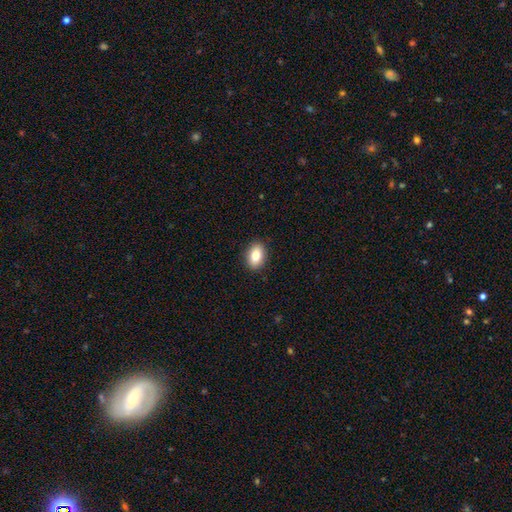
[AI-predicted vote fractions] Q: Smooth or featured?
A: smooth (81%); runner-up: featured or disk (11%)
Q: How rounded?
A: in between (84%); runner-up: round (14%)
Q: Merging?
A: none (90%); runner-up: minor disturbance (7%)